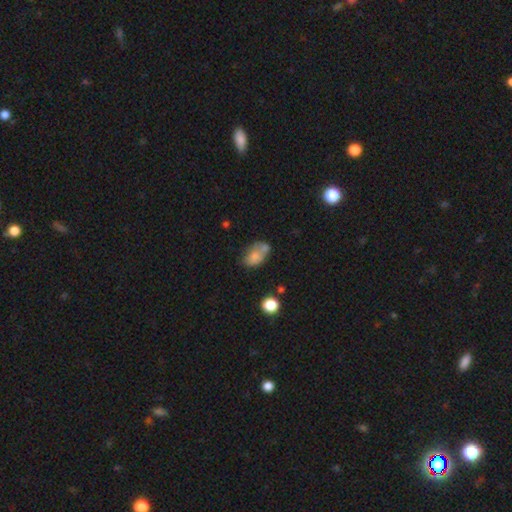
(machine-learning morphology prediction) A smooth galaxy with no disk features (69%) that is in between round and cigar-shaped (86%). Merging: none (39%).